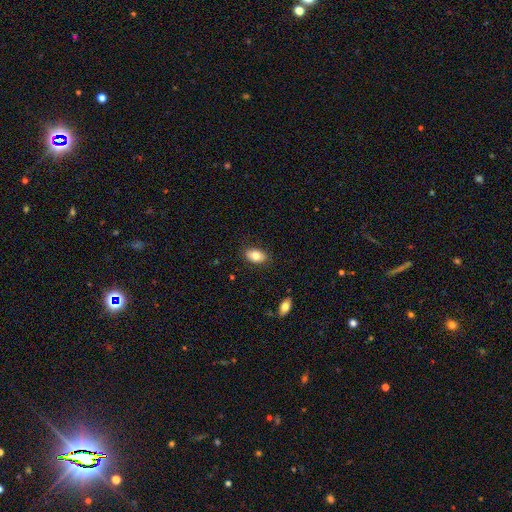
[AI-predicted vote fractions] Smooth or featured? smooth (79%)
How rounded? in between (90%)
Merging? none (85%)